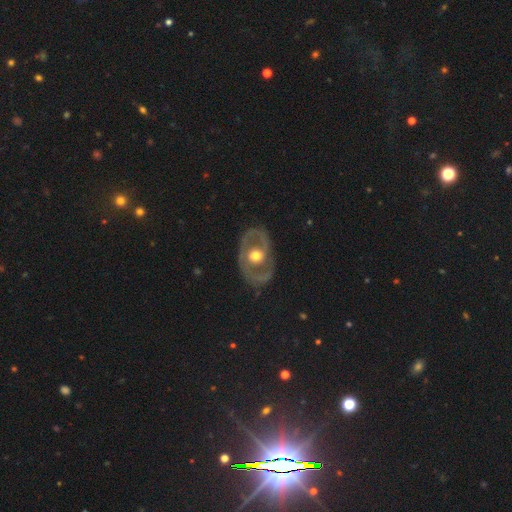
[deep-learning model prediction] Morphology: type=featured or disk (74%); edge-on=no (94%); bar=no (72%); spiral arms=no (56%); bulge=moderate (74%); merging=none (76%).